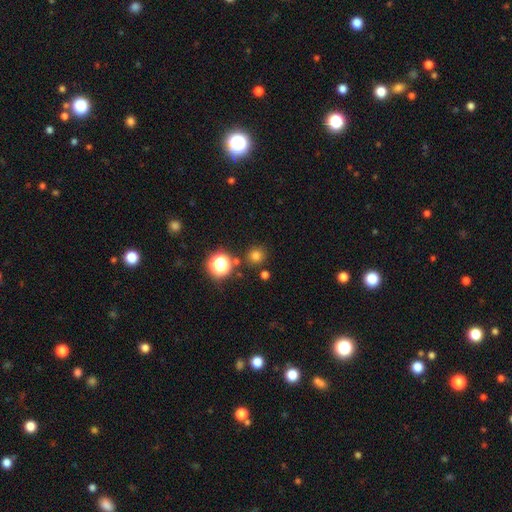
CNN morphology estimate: Smooth or featured?
  - smooth: 73% *
  - star or artifact: 21%
  - featured or disk: 5%
How rounded?
  - round: 93% *
  - in between: 6%
  - cigar-shaped: 1%
Merging?
  - none: 86% *
  - minor disturbance: 6%
  - merger: 5%
  - major disturbance: 3%